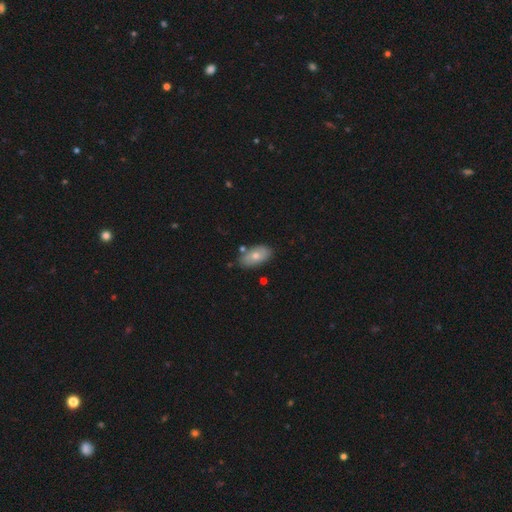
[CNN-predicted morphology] smooth 69%, featured or disk 25%, star or artifact 7%. Down the decision tree: how rounded — in between (93%); merging — none (80%).